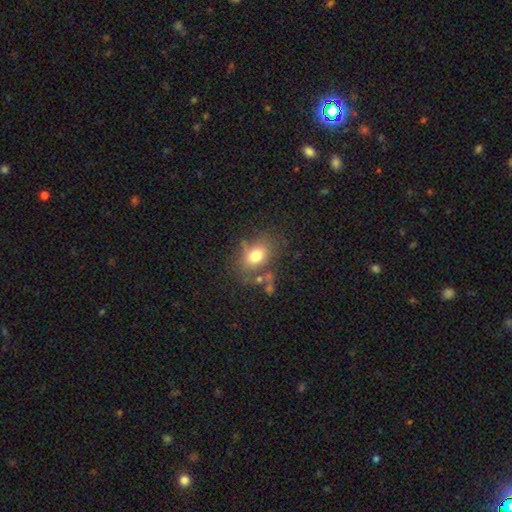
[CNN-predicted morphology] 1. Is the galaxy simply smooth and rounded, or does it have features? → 72% smooth, 16% featured or disk, 12% star or artifact.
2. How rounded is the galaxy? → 66% in between, 32% round, 1% cigar-shaped.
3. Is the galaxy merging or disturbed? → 62% none, 21% minor disturbance, 10% major disturbance, 8% merger.